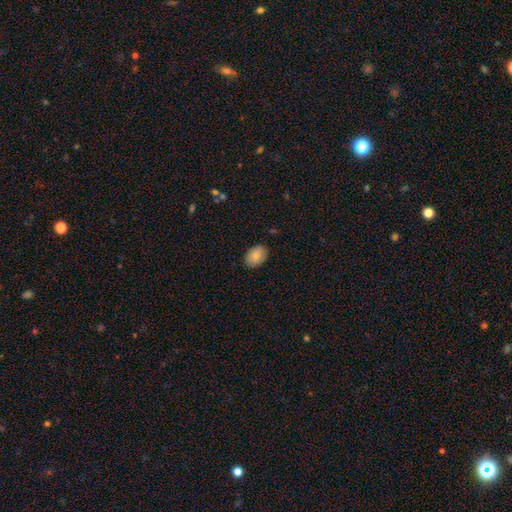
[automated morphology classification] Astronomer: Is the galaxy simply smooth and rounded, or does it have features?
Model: smooth — 85%.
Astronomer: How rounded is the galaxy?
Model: in between — 83%.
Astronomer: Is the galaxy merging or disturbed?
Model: none — 87%.